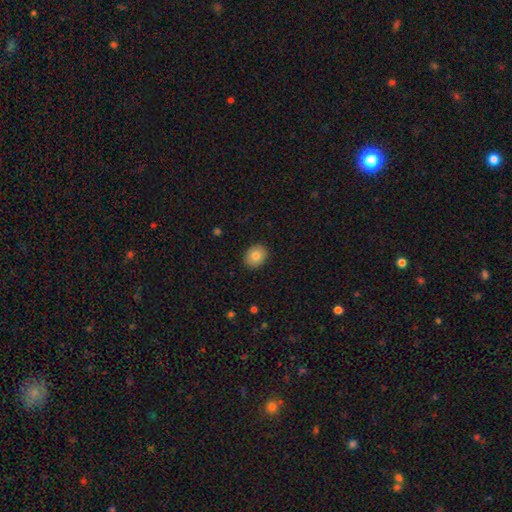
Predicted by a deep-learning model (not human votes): This appears to be a smooth galaxy with no disk features (82%) that is round (56%). Merging: none (90%).